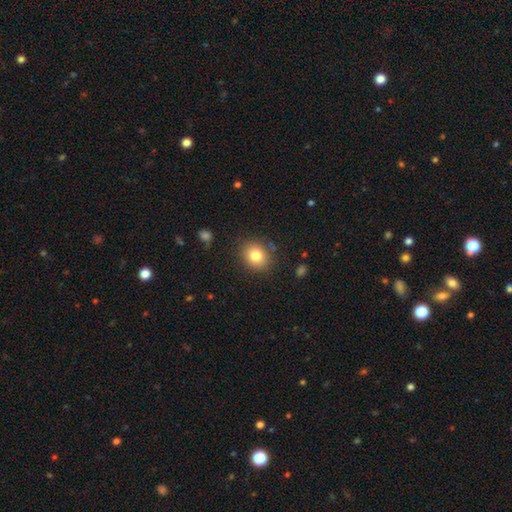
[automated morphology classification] Q: Smooth or featured?
A: smooth (81%); runner-up: star or artifact (11%)
Q: How rounded?
A: round (63%); runner-up: in between (36%)
Q: Merging?
A: none (86%); runner-up: minor disturbance (10%)